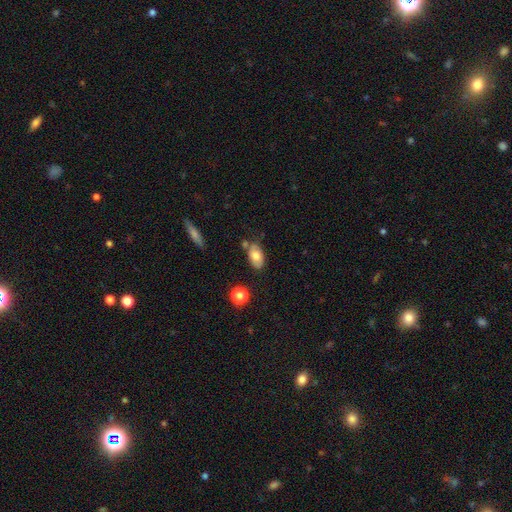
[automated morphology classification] A smooth galaxy with no disk features (73%) that is in between round and cigar-shaped (90%).

Vote fractions:
- Smooth or featured? smooth: 73% / featured or disk: 19% / star or artifact: 8%
- How rounded? in between: 90% / round: 7% / cigar-shaped: 3%
- Merging? none: 66% / minor disturbance: 19% / merger: 10% / major disturbance: 4%